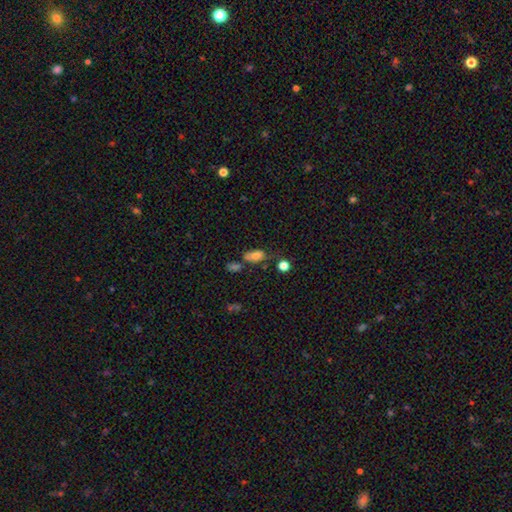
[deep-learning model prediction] A smooth galaxy with no disk features (74%) that is in between round and cigar-shaped (84%).

Vote fractions:
- Smooth or featured? smooth: 74% / featured or disk: 15% / star or artifact: 12%
- How rounded? in between: 84% / round: 10% / cigar-shaped: 6%
- Merging? none: 48% / minor disturbance: 24% / merger: 17% / major disturbance: 11%